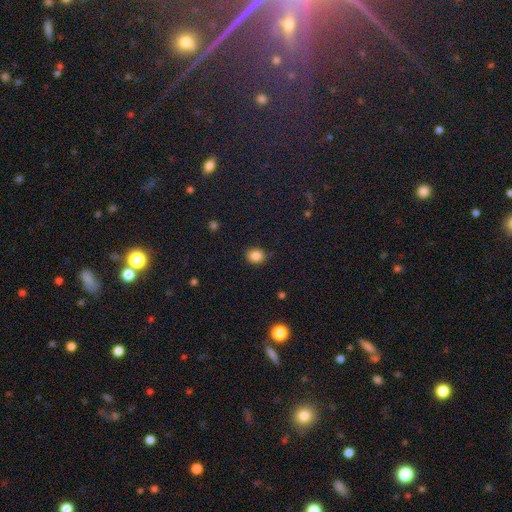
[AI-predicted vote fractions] Smooth or featured?
  - smooth: 85% *
  - star or artifact: 10%
  - featured or disk: 4%
How rounded?
  - round: 71% *
  - in between: 28%
  - cigar-shaped: 1%
Merging?
  - none: 87% *
  - minor disturbance: 10%
  - major disturbance: 2%
  - merger: 1%